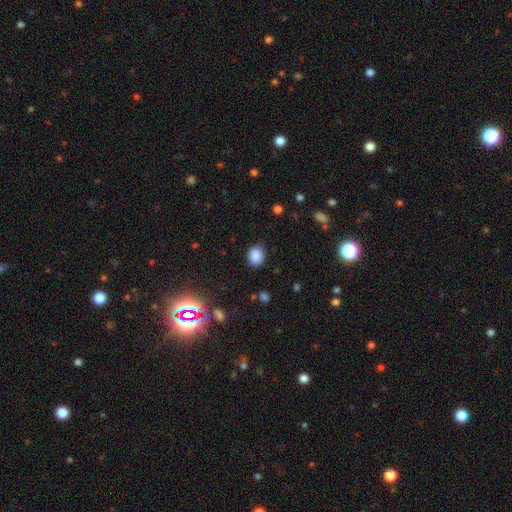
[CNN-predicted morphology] smooth 85%, star or artifact 10%, featured or disk 4%. Down the decision tree: how rounded — round (51%); merging — none (82%).